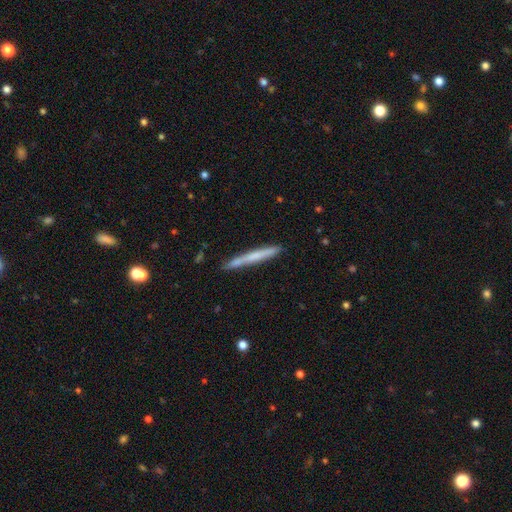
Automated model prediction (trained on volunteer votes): A smooth galaxy with no disk features (59%) that is cigar-shaped (97%). Merging: none (83%).